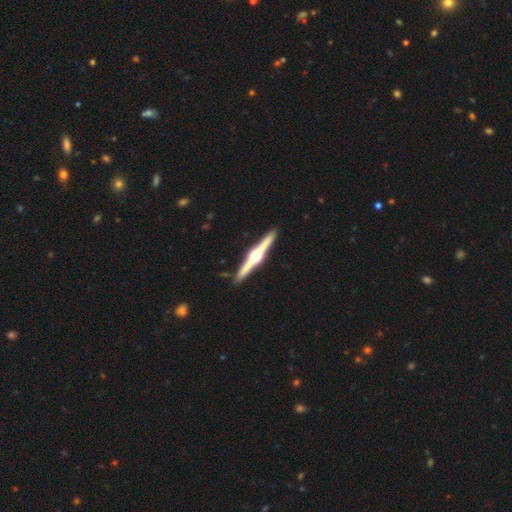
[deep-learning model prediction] Smooth or featured? featured or disk (86%)
Edge-on disk? yes (99%)
Edge-on bulge? rounded (95%)
Merging? none (92%)